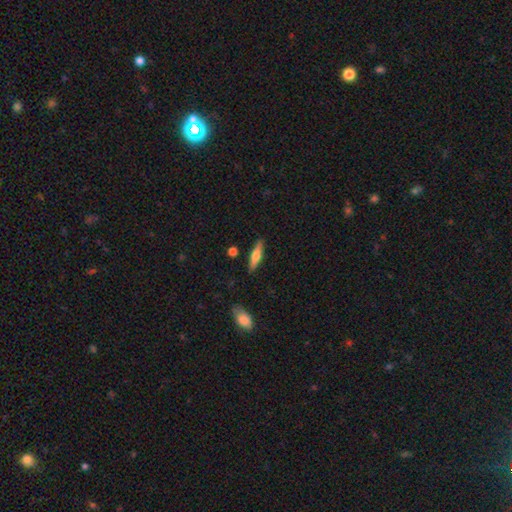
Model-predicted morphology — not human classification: A smooth galaxy with no disk features (52%) that is cigar-shaped (72%). Merging: none (87%).